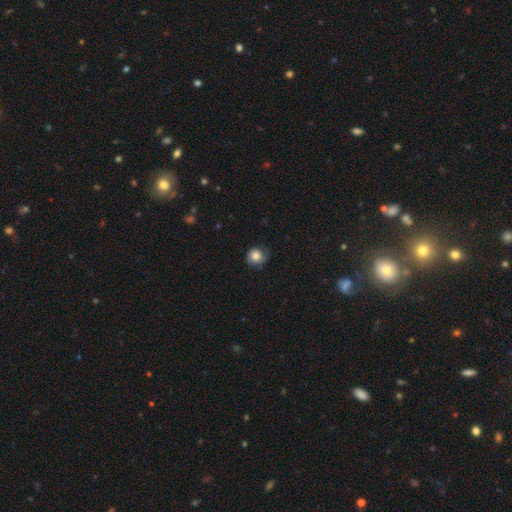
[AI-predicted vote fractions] The model was most divided on "merging": none: 69%, minor disturbance: 22%, major disturbance: 7%, merger: 1%. More confident: how rounded — round (77%); smooth or featured — smooth (70%).